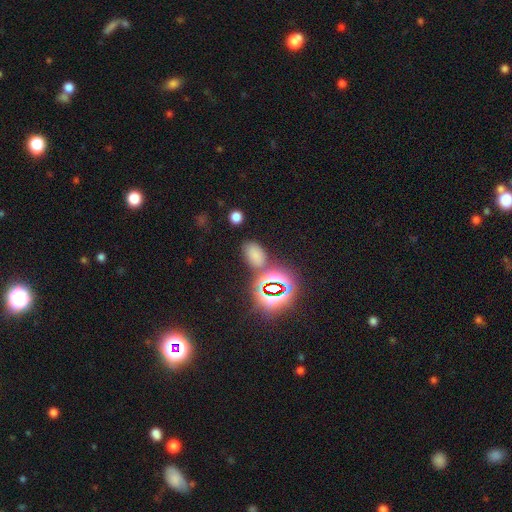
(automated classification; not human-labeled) Smooth or featured? smooth (66%)
How rounded? in between (86%)
Merging? none (72%)